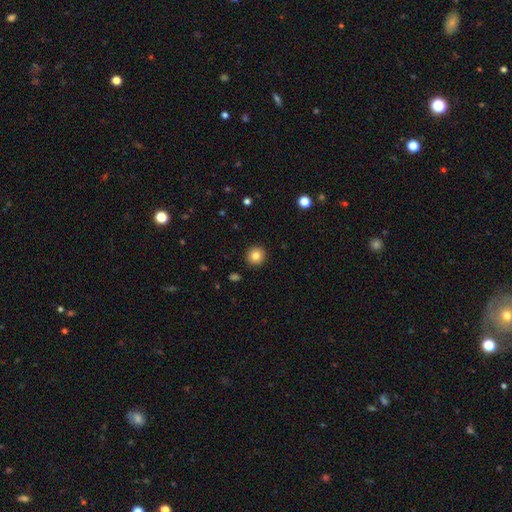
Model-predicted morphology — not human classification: Smooth or featured? Predicted: smooth (p=0.83). How rounded? Predicted: round (p=0.93). Merging? Predicted: none (p=0.92).